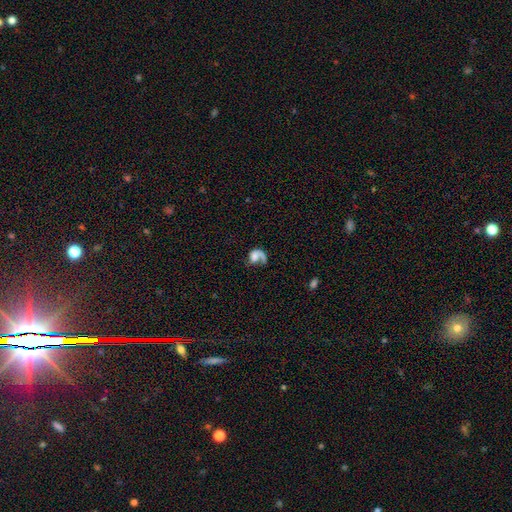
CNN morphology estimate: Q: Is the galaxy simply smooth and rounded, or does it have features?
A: featured or disk — 58%.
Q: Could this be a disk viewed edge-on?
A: no — 97%.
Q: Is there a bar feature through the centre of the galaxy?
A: no — 72%.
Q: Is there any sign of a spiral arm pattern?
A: yes — 80%.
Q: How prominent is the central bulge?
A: none — 30%.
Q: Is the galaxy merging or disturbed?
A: major disturbance — 38%.